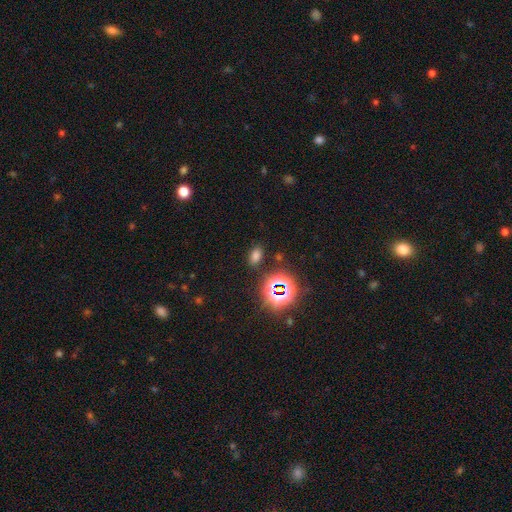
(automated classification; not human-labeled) The model was most divided on "smooth or featured": smooth: 64%, star or artifact: 30%, featured or disk: 6%. More confident: how rounded — in between (86%); merging — none (83%).